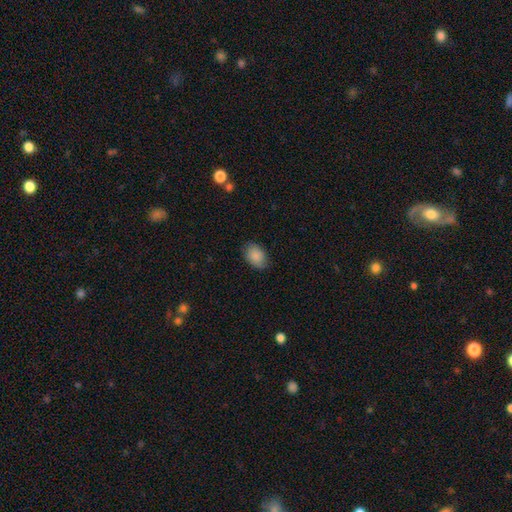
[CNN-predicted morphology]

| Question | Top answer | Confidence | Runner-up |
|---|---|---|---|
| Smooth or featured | smooth | 87% | star or artifact (7%) |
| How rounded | in between | 84% | round (15%) |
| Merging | none | 80% | minor disturbance (16%) |